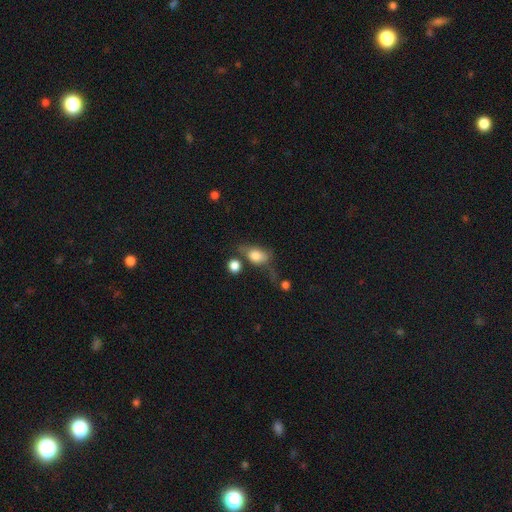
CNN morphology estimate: A smooth galaxy with no disk features (75%) that is in between round and cigar-shaped (76%). Merging: none (38%).